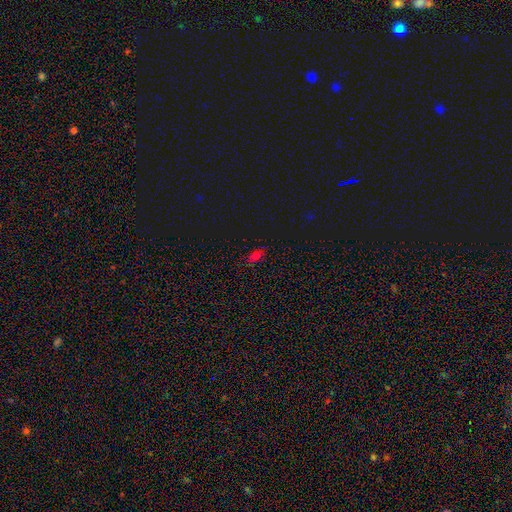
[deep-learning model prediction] Morphology: type=smooth (65%); roundness=in between (82%); merging=none (79%).